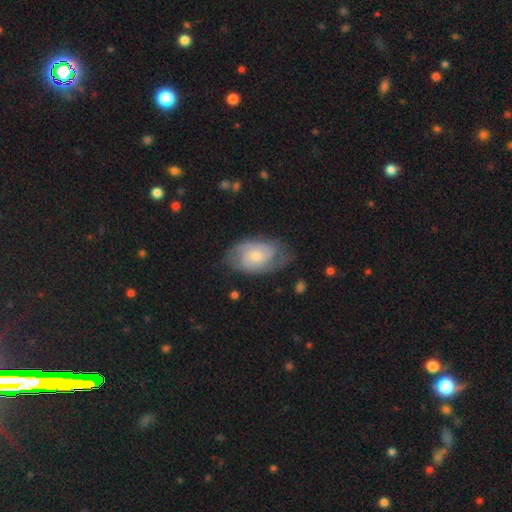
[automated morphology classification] A featured or disk galaxy (69%) with no bar (70%), 2 (60%) tight (50%) spiral arms (89%) and a small central bulge (53%).

Vote fractions:
- Smooth or featured? featured or disk: 69% / smooth: 24% / star or artifact: 6%
- Edge-on disk? no: 96% / yes: 4%
- Bar? no: 70% / weak: 26% / strong: 4%
- Spiral arms? yes: 89% / no: 11%
- Spiral winding? tight: 50% / medium: 38% / loose: 12%
- Spiral arm count? 2: 60% / can't tell: 24% / 3: 9% / 1: 3% / 4: 2% / more than 4: 2%
- Bulge size? small: 53% / moderate: 42% / large: 2% / none: 2% / dominant: 1%
- Merging? none: 71% / minor disturbance: 21% / major disturbance: 7% / merger: 1%